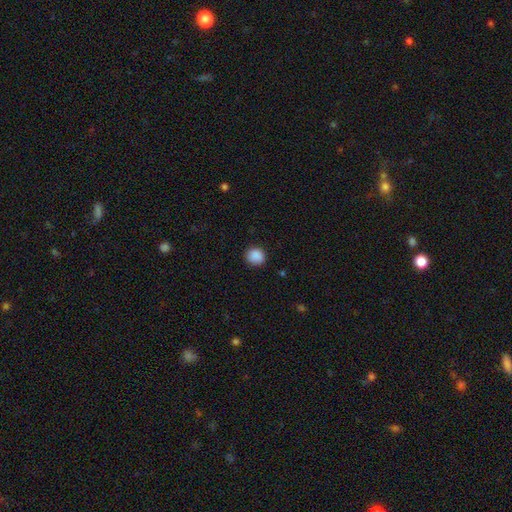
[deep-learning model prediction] Q: Smooth or featured?
A: smooth (89%); runner-up: star or artifact (9%)
Q: How rounded?
A: round (85%); runner-up: in between (14%)
Q: Merging?
A: none (89%); runner-up: minor disturbance (7%)